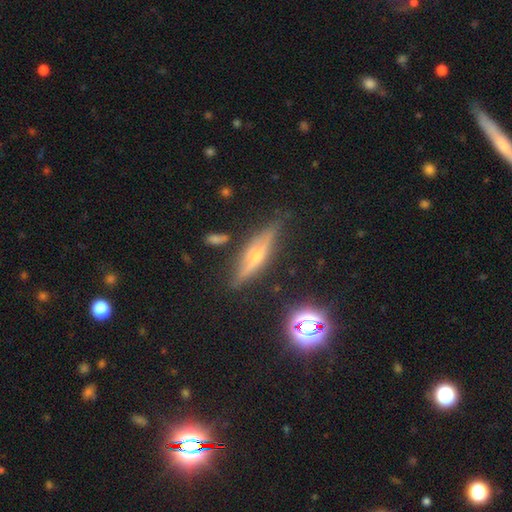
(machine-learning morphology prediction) This appears to be a featured or disk galaxy (69%) viewed edge-on (93%) with a rounded central bulge (87%). Merging: none (81%).